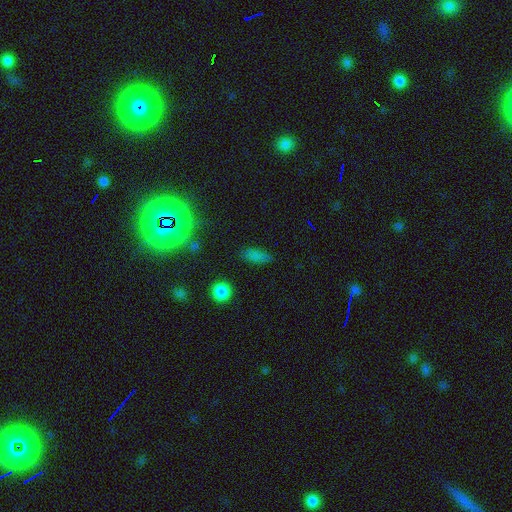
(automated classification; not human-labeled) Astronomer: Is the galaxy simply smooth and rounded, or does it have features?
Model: smooth — 74%.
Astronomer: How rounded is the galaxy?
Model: in between — 74%.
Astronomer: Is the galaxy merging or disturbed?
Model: none — 79%.